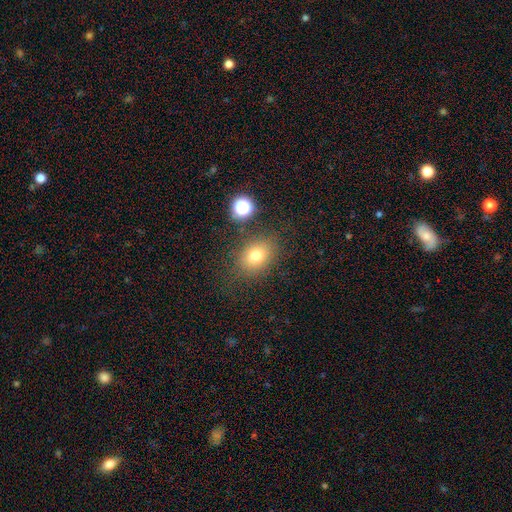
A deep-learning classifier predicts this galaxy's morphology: Smooth or featured? Predicted: smooth (p=0.75). How rounded? Predicted: in between (p=0.58). Merging? Predicted: none (p=0.79).